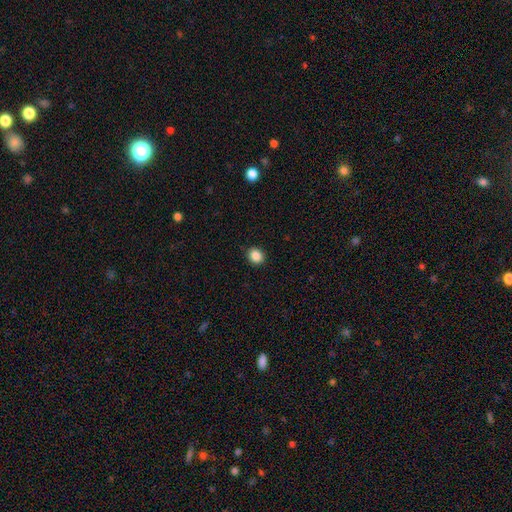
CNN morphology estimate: type=smooth (87%); roundness=round (69%); merging=none (90%).